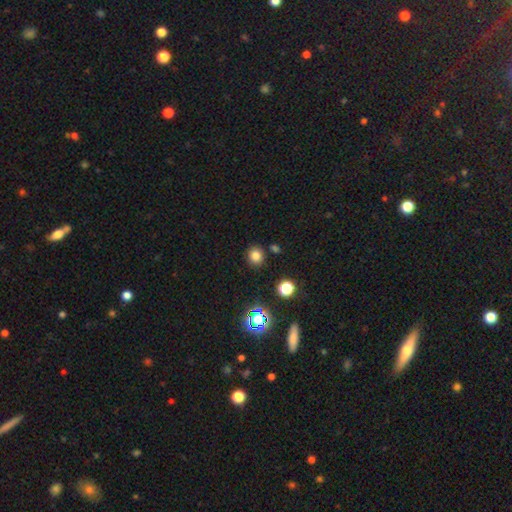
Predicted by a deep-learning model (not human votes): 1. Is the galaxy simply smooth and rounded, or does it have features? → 77% smooth, 18% star or artifact, 5% featured or disk.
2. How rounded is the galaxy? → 84% round, 15% in between, 1% cigar-shaped.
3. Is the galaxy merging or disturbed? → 85% none, 8% minor disturbance, 5% merger, 3% major disturbance.